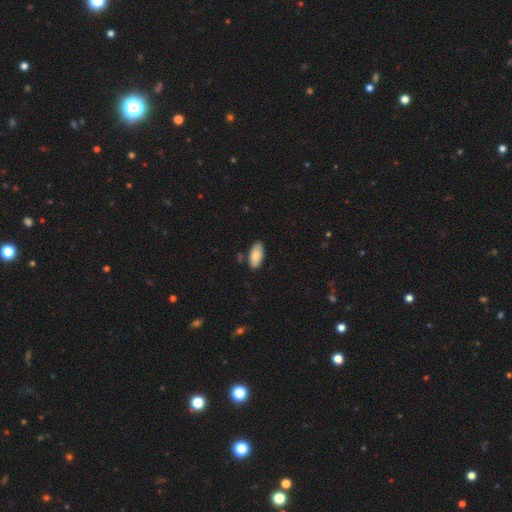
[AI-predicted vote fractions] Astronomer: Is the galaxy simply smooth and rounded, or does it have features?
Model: smooth — 82%.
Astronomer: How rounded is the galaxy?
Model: in between — 92%.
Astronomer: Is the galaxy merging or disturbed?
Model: none — 82%.